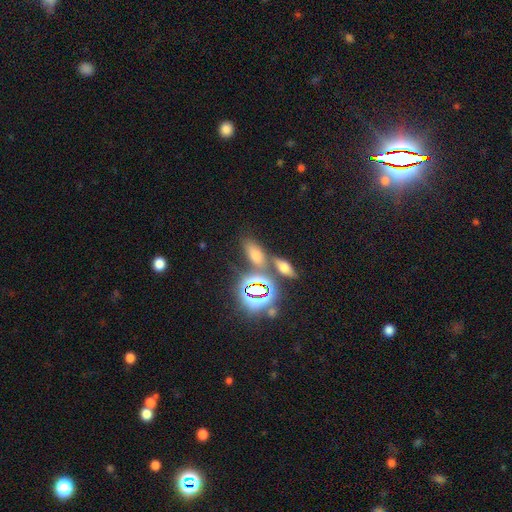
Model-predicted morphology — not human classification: smooth 54%, star or artifact 33%, featured or disk 13%. Down the decision tree: how rounded — in between (75%); merging — none (64%).